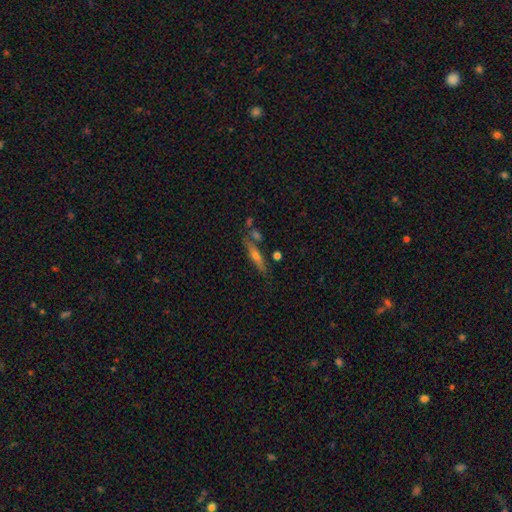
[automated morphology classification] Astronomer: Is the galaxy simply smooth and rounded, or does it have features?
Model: featured or disk — 57% (runner-up: smooth, 34%).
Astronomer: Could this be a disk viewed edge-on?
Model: yes — 91%.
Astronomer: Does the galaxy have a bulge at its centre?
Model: rounded — 84%.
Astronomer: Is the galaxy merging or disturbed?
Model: none — 72%.